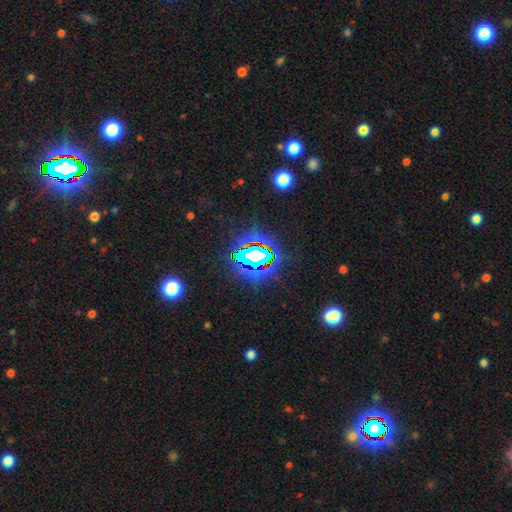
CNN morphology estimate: A star or artifact, not a galaxy (75%).